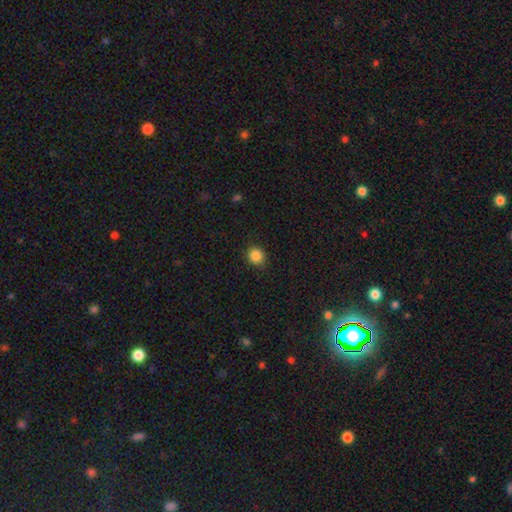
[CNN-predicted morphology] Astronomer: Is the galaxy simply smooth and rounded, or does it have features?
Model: smooth — 87%.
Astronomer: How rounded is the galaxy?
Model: round — 85%.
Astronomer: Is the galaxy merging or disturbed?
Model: none — 87%.